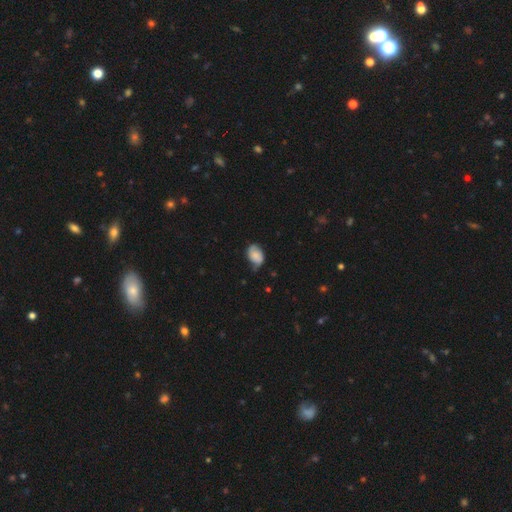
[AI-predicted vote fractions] This is likely a smooth galaxy (71%). How rounded: clearly in between (82%). Merging: possibly none (50%).